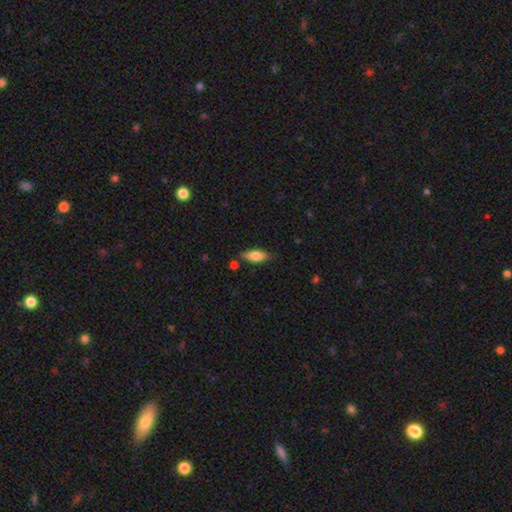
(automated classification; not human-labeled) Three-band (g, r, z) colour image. It shows a smooth galaxy with no disk features (73%) that is in between round and cigar-shaped (76%). Merging: none (76%).